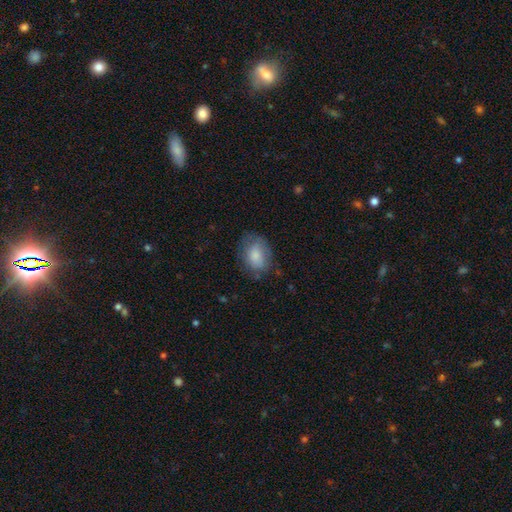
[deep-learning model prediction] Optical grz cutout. It shows a smooth galaxy with no disk features (80%) that is in between round and cigar-shaped (77%). Merging: none (66%).